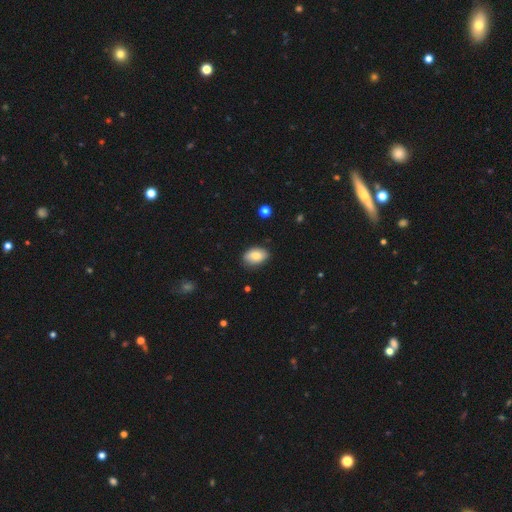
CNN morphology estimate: Overall: smooth (82%). How rounded: in between (89%). Merging: none (83%).